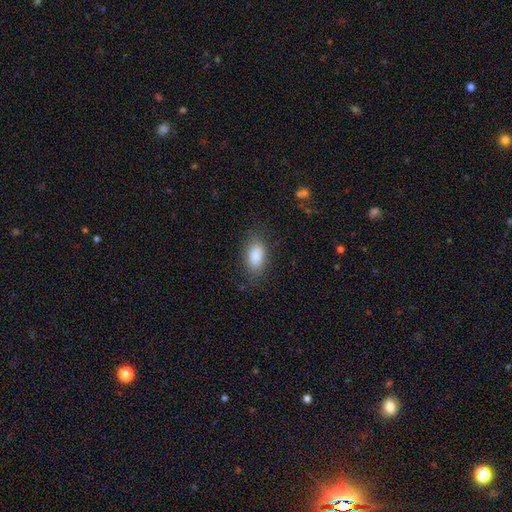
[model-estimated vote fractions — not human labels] The model was most divided on "merging": none: 81%, minor disturbance: 13%, major disturbance: 5%, merger: 1%. More confident: how rounded — in between (91%); smooth or featured — smooth (88%).